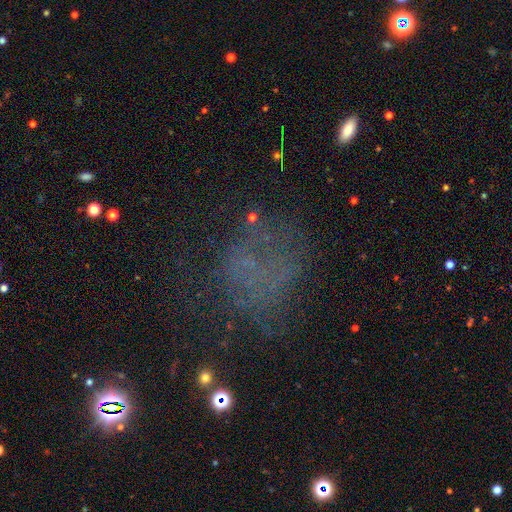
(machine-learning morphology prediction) Q: Smooth or featured?
A: smooth (38%); runner-up: star or artifact (36%)
Q: Merging?
A: none (55%); runner-up: major disturbance (23%)